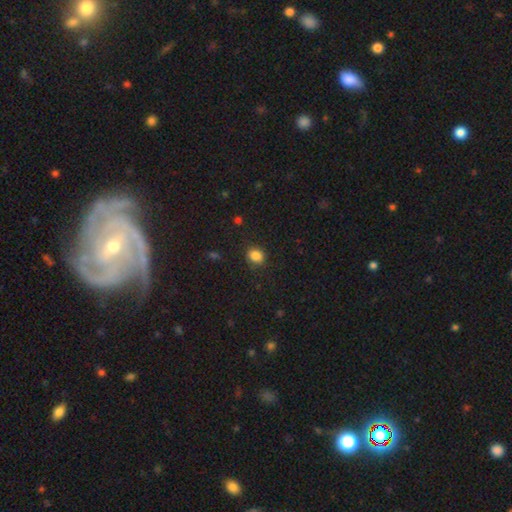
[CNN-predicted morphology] This appears to be a smooth galaxy with no disk features (85%) that is round (58%). Merging: none (85%).